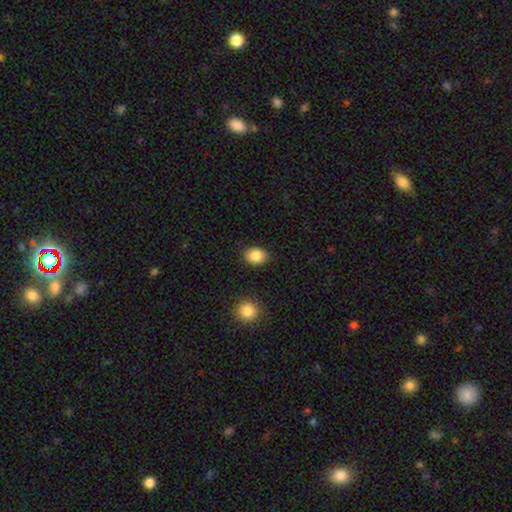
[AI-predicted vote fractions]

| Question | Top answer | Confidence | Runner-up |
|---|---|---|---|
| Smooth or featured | smooth | 87% | star or artifact (8%) |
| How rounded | in between | 61% | round (38%) |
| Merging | none | 88% | minor disturbance (8%) |